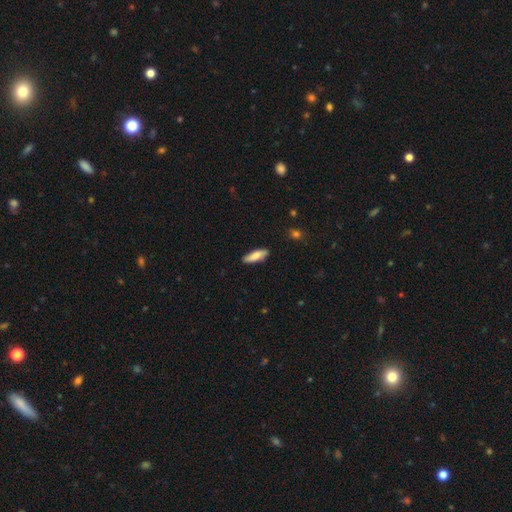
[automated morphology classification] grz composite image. It shows a smooth galaxy with no disk features (81%) that is cigar-shaped (50%). Merging: none (85%).